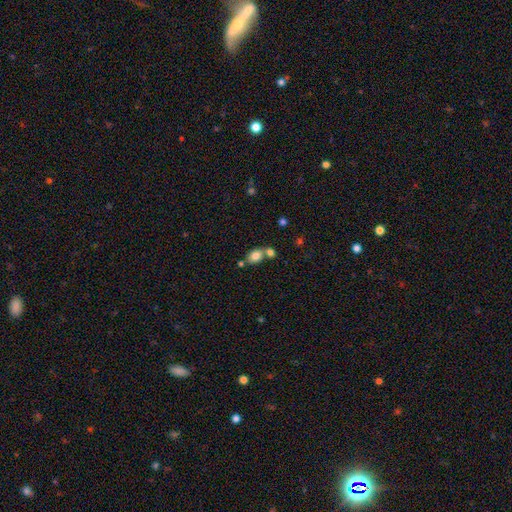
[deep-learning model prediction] Smooth or featured: smooth — 79% (featured or disk — 11%)
How rounded: in between — 66% (round — 32%)
Merging: none — 44% (merger — 42%)